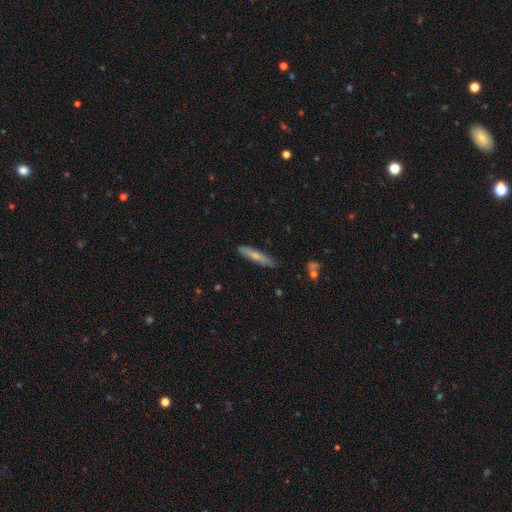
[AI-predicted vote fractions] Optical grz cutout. It shows a smooth galaxy with no disk features (62%) that is cigar-shaped (90%). Merging: none (84%).